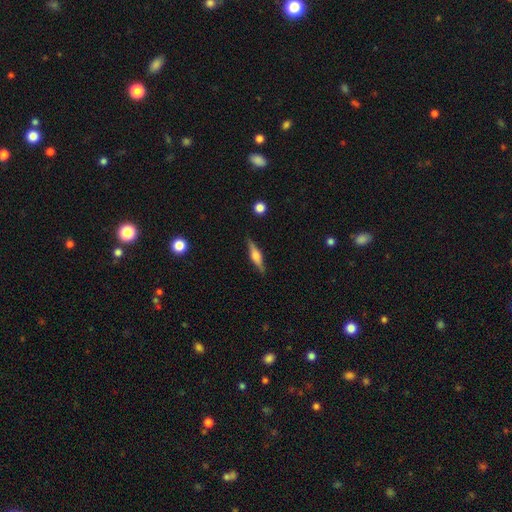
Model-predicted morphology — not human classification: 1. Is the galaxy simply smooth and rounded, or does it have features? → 63% featured or disk, 30% smooth, 7% star or artifact.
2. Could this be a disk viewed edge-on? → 96% yes, 4% no.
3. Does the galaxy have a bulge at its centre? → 78% rounded, 19% boxy, 4% none.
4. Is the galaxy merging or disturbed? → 87% none, 9% minor disturbance, 2% major disturbance, 1% merger.